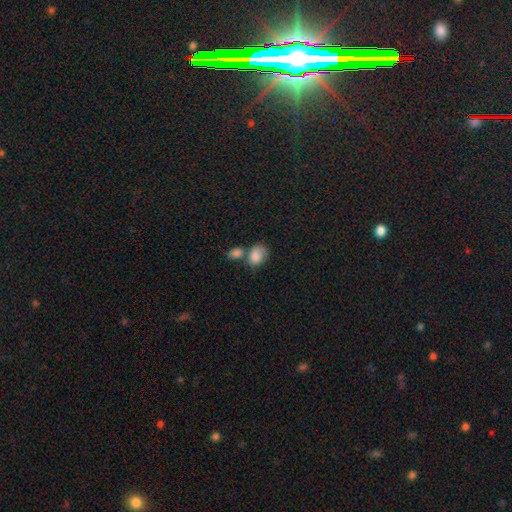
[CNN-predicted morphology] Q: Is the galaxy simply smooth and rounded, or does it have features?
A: smooth — 80%.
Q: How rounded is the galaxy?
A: in between — 71%.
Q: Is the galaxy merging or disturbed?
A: merger — 46%.